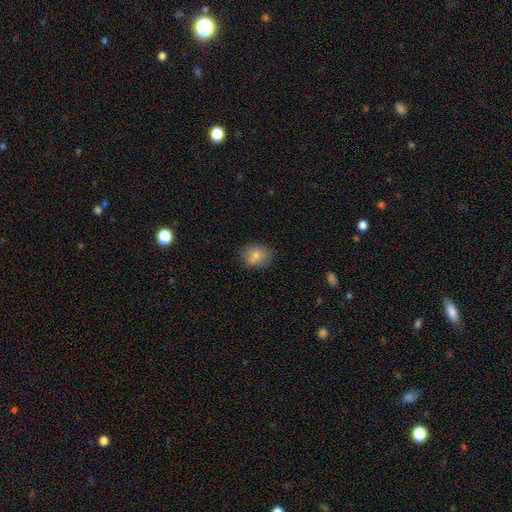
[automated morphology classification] type=smooth (76%); roundness=round (51%); merging=none (71%).